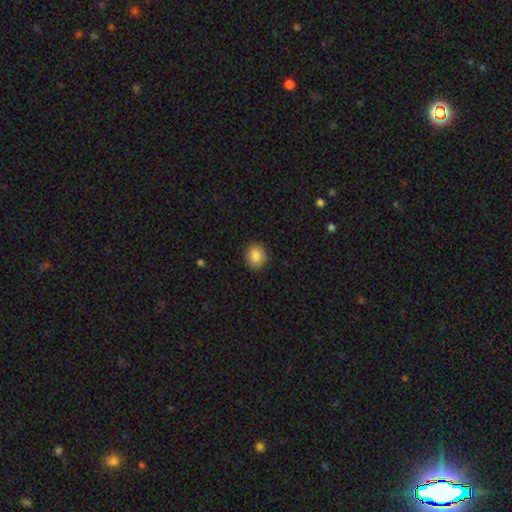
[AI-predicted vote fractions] Smooth or featured: smooth — 86% (star or artifact — 8%)
How rounded: round — 68% (in between — 31%)
Merging: none — 89% (minor disturbance — 8%)